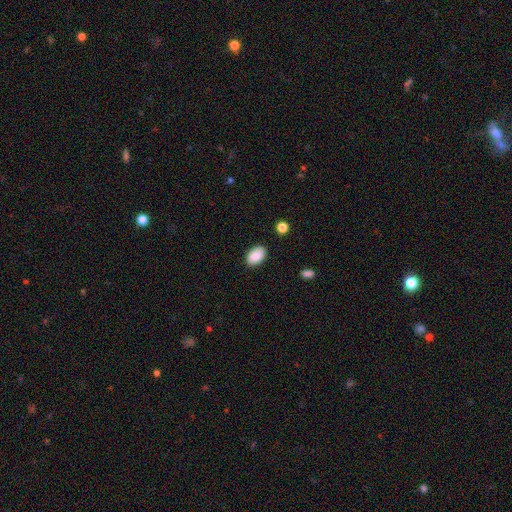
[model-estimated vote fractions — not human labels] A smooth galaxy with no disk features (90%) that is in between round and cigar-shaped (90%).

Vote fractions:
- Smooth or featured? smooth: 90% / star or artifact: 7% / featured or disk: 3%
- How rounded? in between: 90% / round: 9% / cigar-shaped: 1%
- Merging? none: 87% / minor disturbance: 9% / major disturbance: 2% / merger: 1%